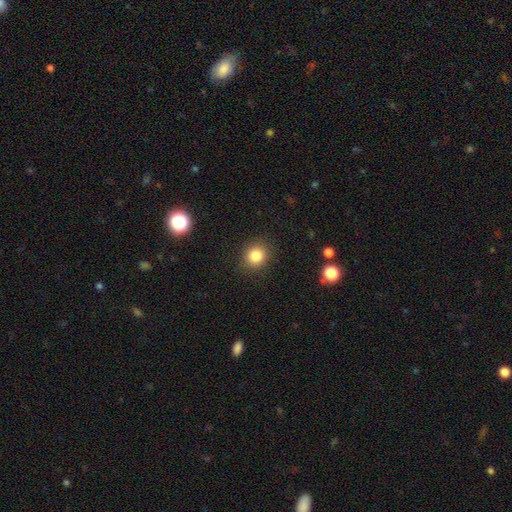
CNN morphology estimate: smooth-or-featured: smooth: 84% | star or artifact: 11% | featured or disk: 5%
  how-rounded: round: 81% | in between: 19% | cigar-shaped: 1%
  merging: none: 89% | minor disturbance: 8% | major disturbance: 3% | merger: 1%